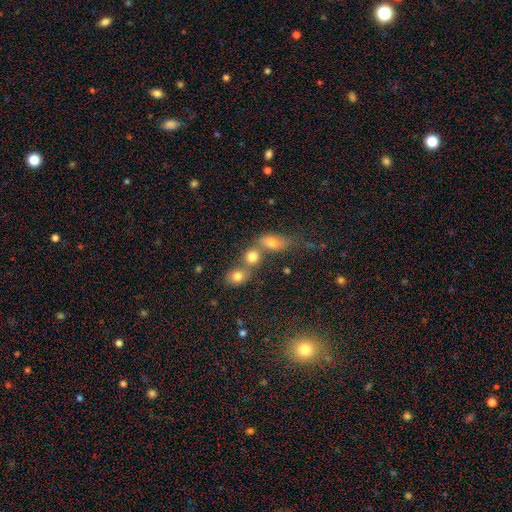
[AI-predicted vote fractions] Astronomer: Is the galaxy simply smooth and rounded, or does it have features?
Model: smooth — 42% (runner-up: star or artifact, 36%).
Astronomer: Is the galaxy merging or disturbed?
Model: merger — 43% (runner-up: none, 36%).